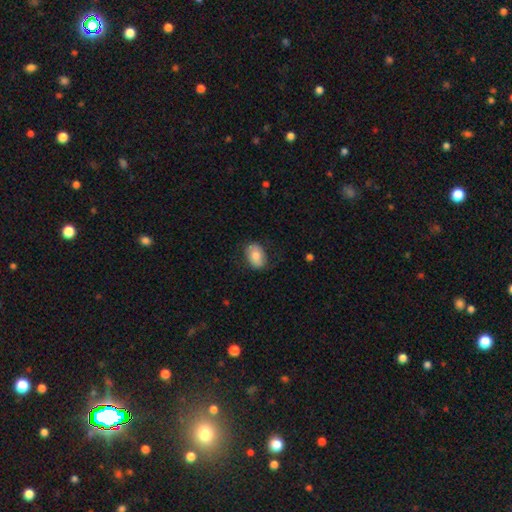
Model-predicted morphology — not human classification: The model was most divided on "smooth or featured": smooth: 77%, featured or disk: 16%, star or artifact: 7%. More confident: how rounded — in between (84%); merging — none (78%).